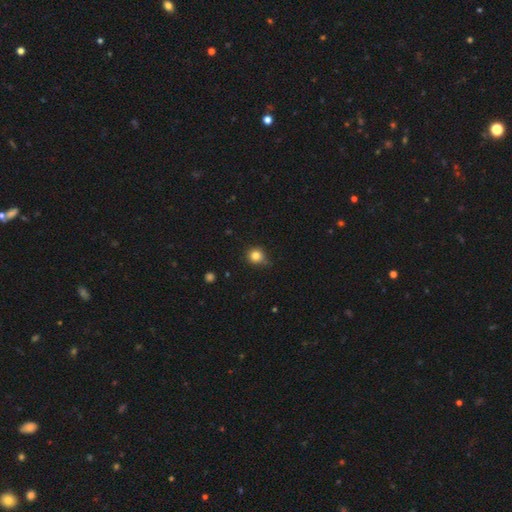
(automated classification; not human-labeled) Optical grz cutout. It shows a smooth galaxy with no disk features (82%) that is round (91%). Merging: none (77%).